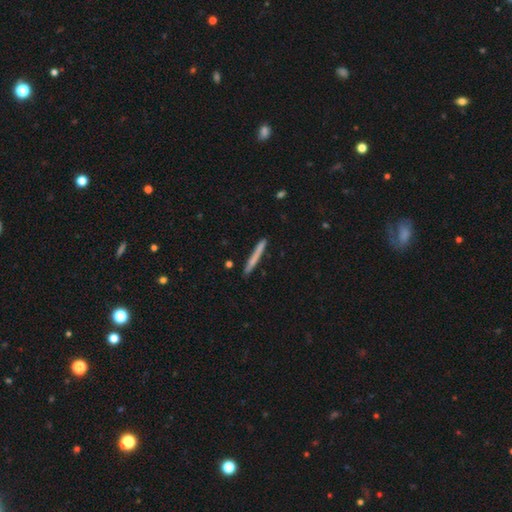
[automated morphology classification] This is likely a smooth galaxy (68%). How rounded: clearly cigar-shaped (97%). Merging: clearly none (90%).